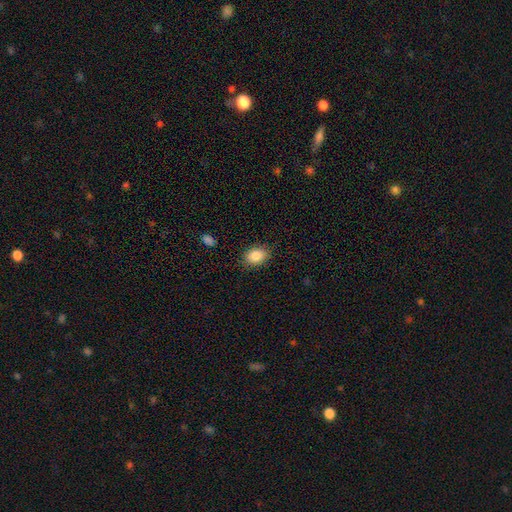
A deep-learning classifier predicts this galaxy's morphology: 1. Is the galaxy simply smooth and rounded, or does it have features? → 86% smooth, 8% star or artifact, 5% featured or disk.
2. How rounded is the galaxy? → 70% in between, 29% round, 1% cigar-shaped.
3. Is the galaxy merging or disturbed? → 85% none, 11% minor disturbance, 3% major disturbance, 1% merger.